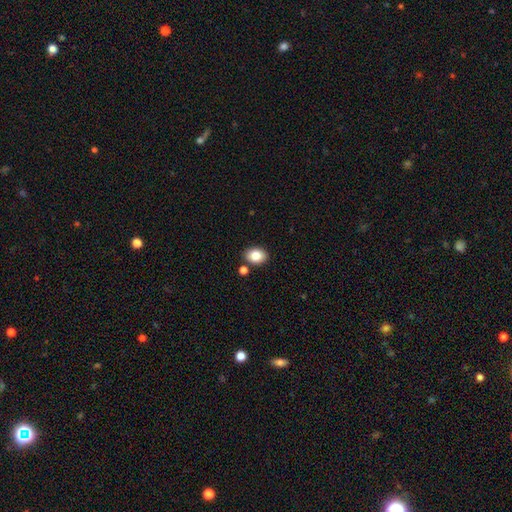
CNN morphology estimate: Q: Smooth or featured?
A: smooth (82%); runner-up: star or artifact (9%)
Q: How rounded?
A: in between (63%); runner-up: round (36%)
Q: Merging?
A: none (84%); runner-up: minor disturbance (8%)